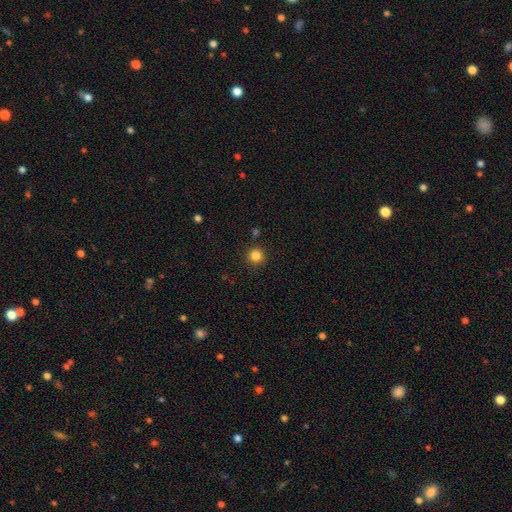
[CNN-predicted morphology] smooth 84%, star or artifact 12%, featured or disk 4%. Down the decision tree: how rounded — round (94%); merging — none (90%).